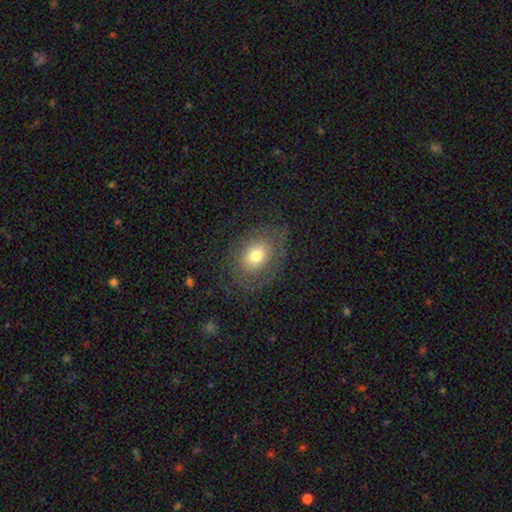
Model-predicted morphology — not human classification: type=smooth (59%); roundness=in between (66%); merging=none (71%).